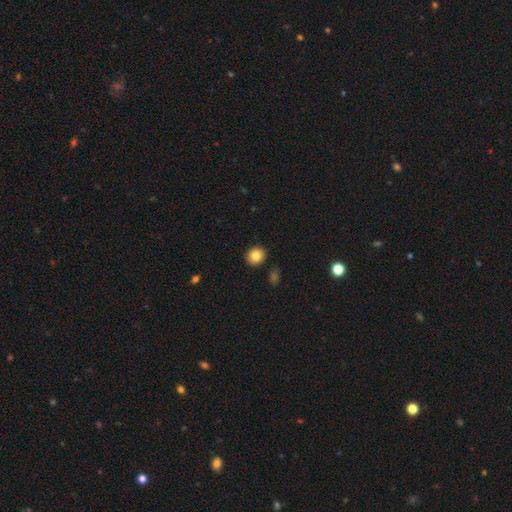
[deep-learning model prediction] Smooth or featured?
  - smooth: 82% *
  - star or artifact: 10%
  - featured or disk: 8%
How rounded?
  - round: 83% *
  - in between: 16%
  - cigar-shaped: 1%
Merging?
  - none: 91% *
  - minor disturbance: 6%
  - merger: 2%
  - major disturbance: 2%